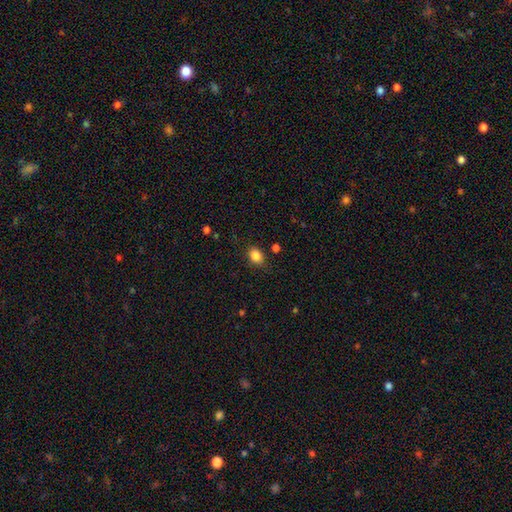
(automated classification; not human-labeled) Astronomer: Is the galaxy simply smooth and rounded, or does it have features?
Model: smooth — 86%.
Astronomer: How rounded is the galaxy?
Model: in between — 67%.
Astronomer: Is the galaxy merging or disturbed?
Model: none — 80%.